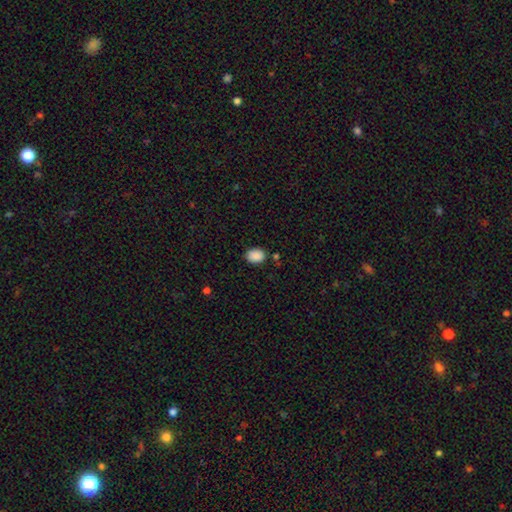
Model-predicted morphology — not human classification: smooth_or_featured: smooth (p=0.89) [alt: star or artifact p=0.08]
how_rounded: in between (p=0.70) [alt: round p=0.29]
merging: none (p=0.83) [alt: minor disturbance p=0.11]